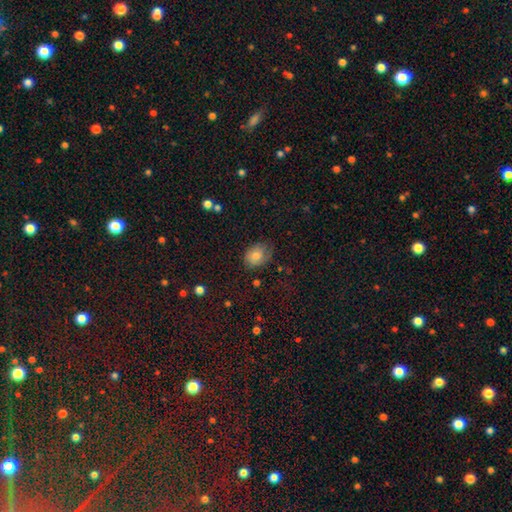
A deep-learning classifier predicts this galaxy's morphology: The model was most divided on "how rounded": in between: 68%, round: 31%, cigar-shaped: 1%. More confident: smooth or featured — smooth (71%); merging — none (64%).